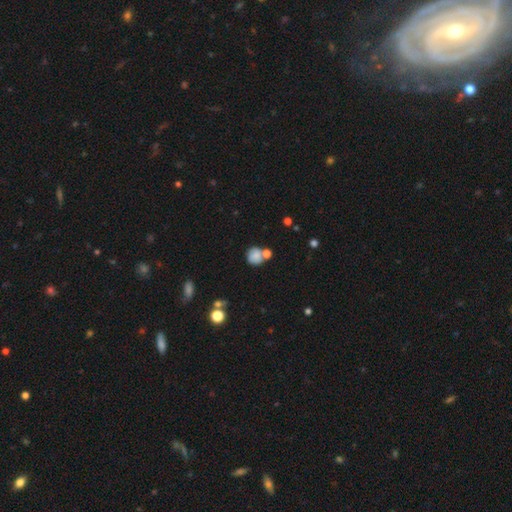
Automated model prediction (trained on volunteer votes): Smooth or featured: smooth — 78% (featured or disk — 12%)
How rounded: round — 86% (in between — 13%)
Merging: none — 54% (merger — 26%)